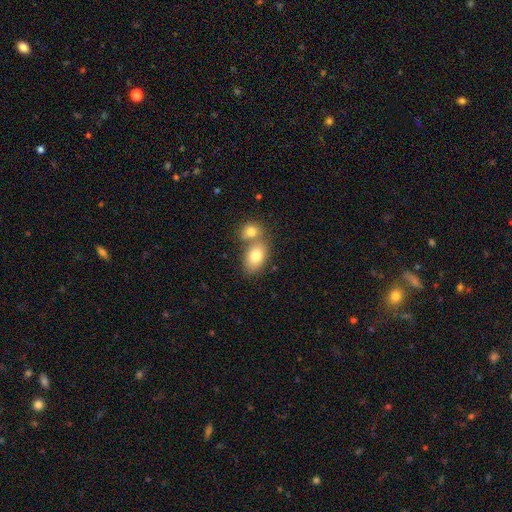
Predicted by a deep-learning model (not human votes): A smooth galaxy with no disk features (78%) that is in between round and cigar-shaped (85%). Merging: merger (47%).